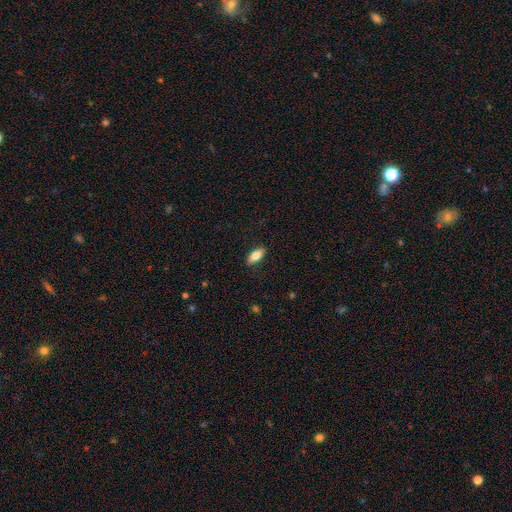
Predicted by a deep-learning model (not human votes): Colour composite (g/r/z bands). It shows a smooth galaxy with no disk features (80%) that is in between round and cigar-shaped (82%). Merging: none (88%).